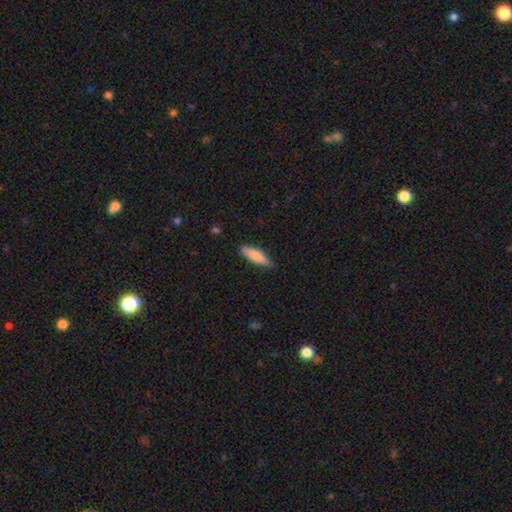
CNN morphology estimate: Smooth or featured: smooth — 84% (featured or disk — 11%)
How rounded: cigar-shaped — 55% (in between — 43%)
Merging: none — 83% (minor disturbance — 14%)